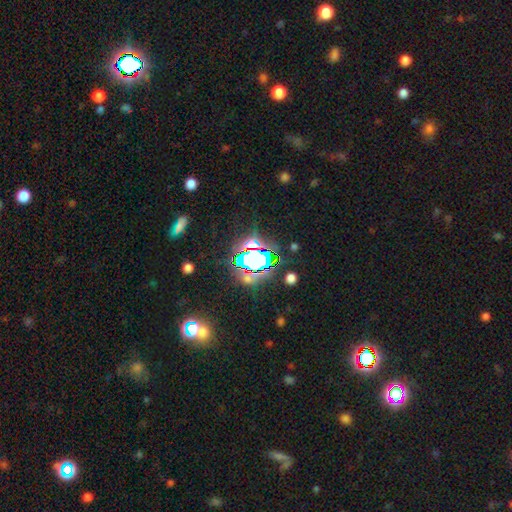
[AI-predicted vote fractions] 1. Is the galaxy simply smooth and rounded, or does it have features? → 67% star or artifact, 21% smooth, 12% featured or disk.